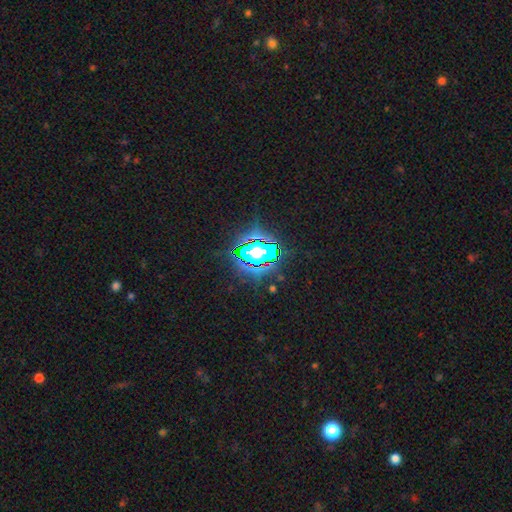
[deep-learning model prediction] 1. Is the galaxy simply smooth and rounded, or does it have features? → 80% star or artifact, 12% smooth, 8% featured or disk.